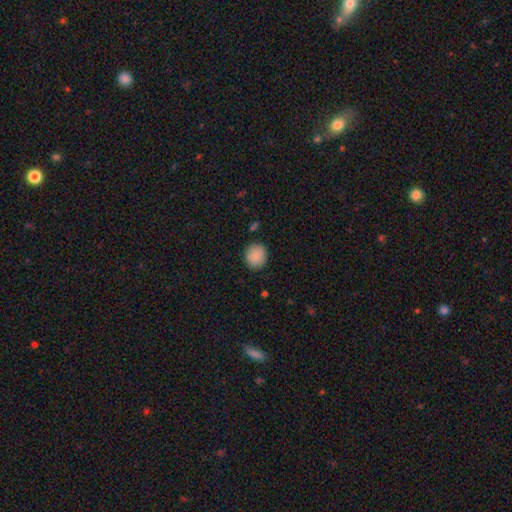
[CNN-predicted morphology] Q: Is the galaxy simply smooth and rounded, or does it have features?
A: smooth — 88%.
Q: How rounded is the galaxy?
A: round — 88%.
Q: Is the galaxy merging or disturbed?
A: none — 89%.